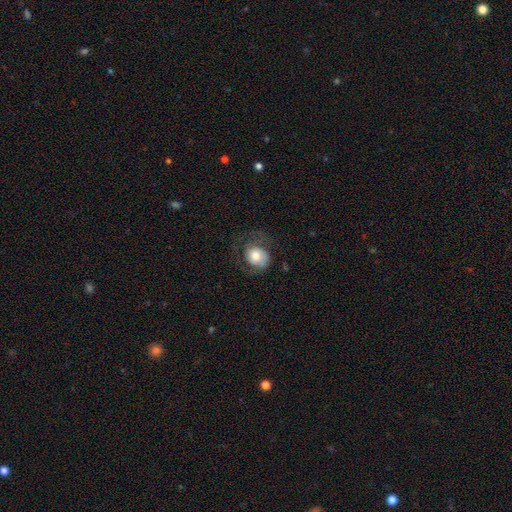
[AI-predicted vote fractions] Smooth or featured?
  - smooth: 61% *
  - featured or disk: 32%
  - star or artifact: 7%
How rounded?
  - round: 67% *
  - in between: 32%
  - cigar-shaped: 1%
Merging?
  - none: 45% *
  - major disturbance: 31%
  - minor disturbance: 23%
  - merger: 2%